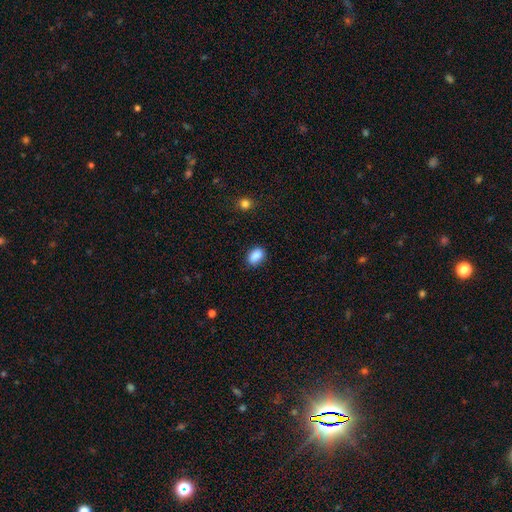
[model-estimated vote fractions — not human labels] smooth-or-featured: smooth: 89% | star or artifact: 8% | featured or disk: 3%
  how-rounded: in between: 86% | round: 13% | cigar-shaped: 1%
  merging: none: 85% | minor disturbance: 12% | major disturbance: 2% | merger: 1%